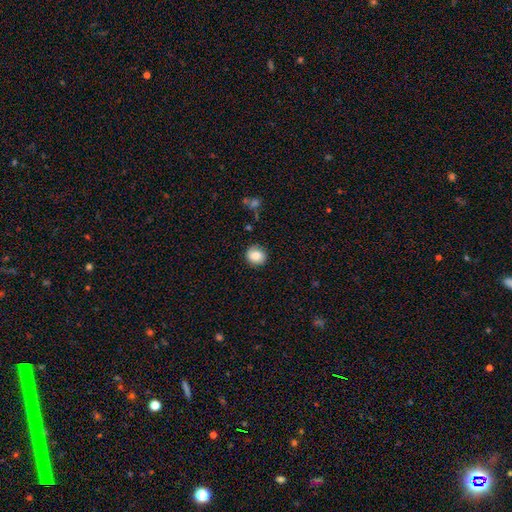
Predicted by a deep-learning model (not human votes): Q: Smooth or featured?
A: smooth (85%); runner-up: star or artifact (8%)
Q: How rounded?
A: round (79%); runner-up: in between (20%)
Q: Merging?
A: none (85%); runner-up: minor disturbance (11%)